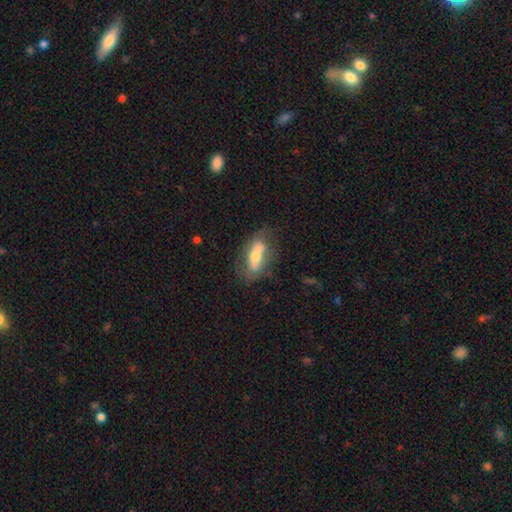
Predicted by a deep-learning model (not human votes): The model was most divided on "smooth or featured": smooth: 51%, featured or disk: 40%, star or artifact: 8%. More confident: how rounded — in between (71%); merging — none (65%).